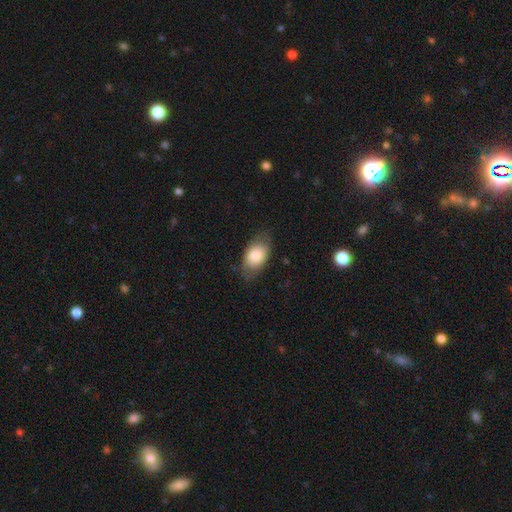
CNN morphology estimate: Smooth or featured? smooth (80%)
How rounded? in between (88%)
Merging? none (73%)